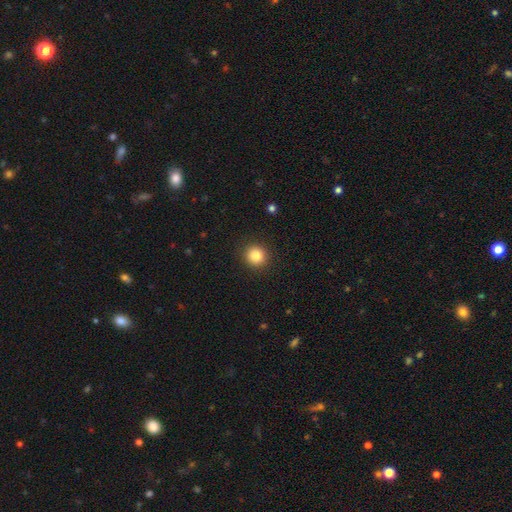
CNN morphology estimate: This appears to be a smooth galaxy with no disk features (86%) that is round (92%). Merging: none (91%).